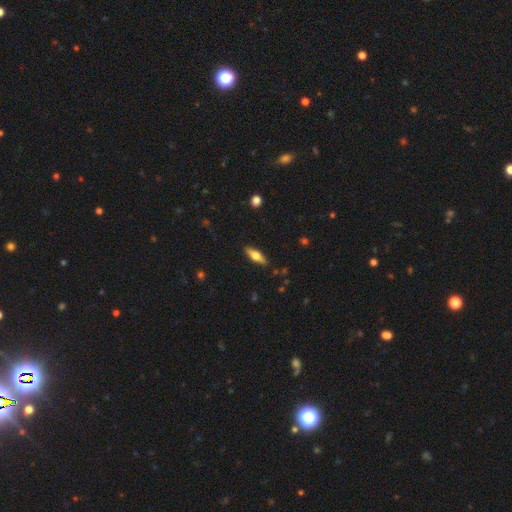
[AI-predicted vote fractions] Smooth or featured? smooth (55%)
How rounded? in between (53%)
Merging? none (87%)